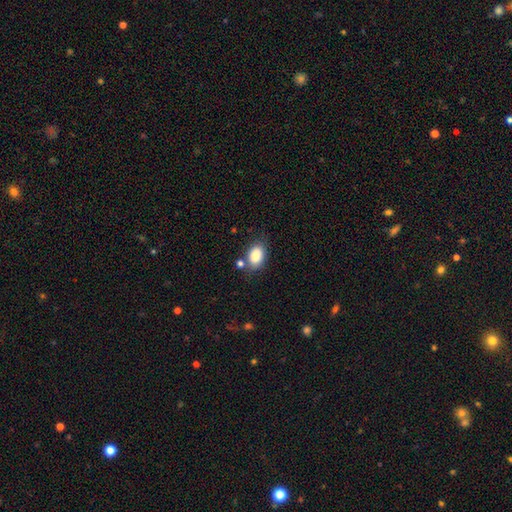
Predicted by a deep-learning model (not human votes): Smooth or featured?
  - smooth: 86% *
  - star or artifact: 8%
  - featured or disk: 6%
How rounded?
  - in between: 82% *
  - round: 16%
  - cigar-shaped: 1%
Merging?
  - none: 67% *
  - minor disturbance: 17%
  - merger: 11%
  - major disturbance: 5%